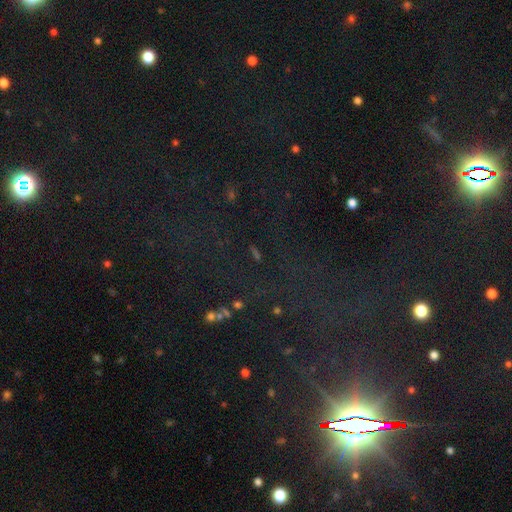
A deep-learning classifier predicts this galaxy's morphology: Smooth or featured?
  - star or artifact: 76% *
  - smooth: 13%
  - featured or disk: 11%